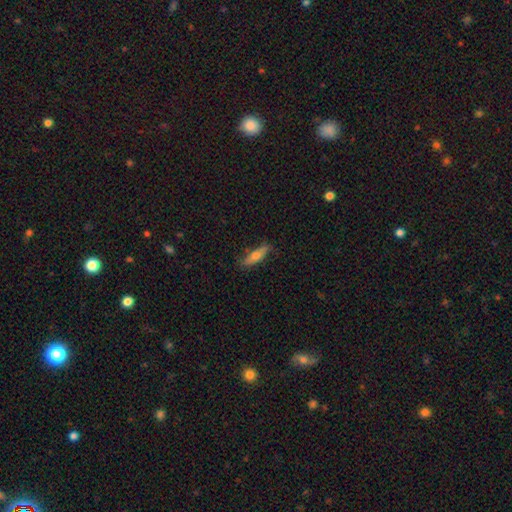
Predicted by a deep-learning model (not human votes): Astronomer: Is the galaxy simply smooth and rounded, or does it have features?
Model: smooth — 58% (runner-up: featured or disk, 36%).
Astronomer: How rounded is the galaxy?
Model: cigar-shaped — 64%.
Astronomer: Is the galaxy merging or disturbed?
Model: none — 77%.